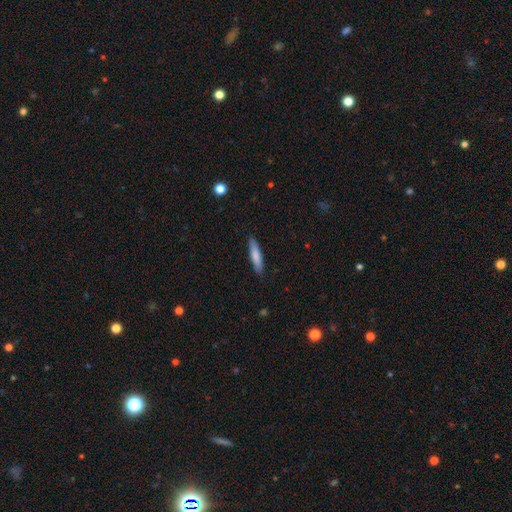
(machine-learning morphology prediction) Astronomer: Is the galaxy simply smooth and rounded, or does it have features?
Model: smooth — 80%.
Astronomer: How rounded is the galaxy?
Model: cigar-shaped — 81%.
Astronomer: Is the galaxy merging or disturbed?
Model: none — 88%.